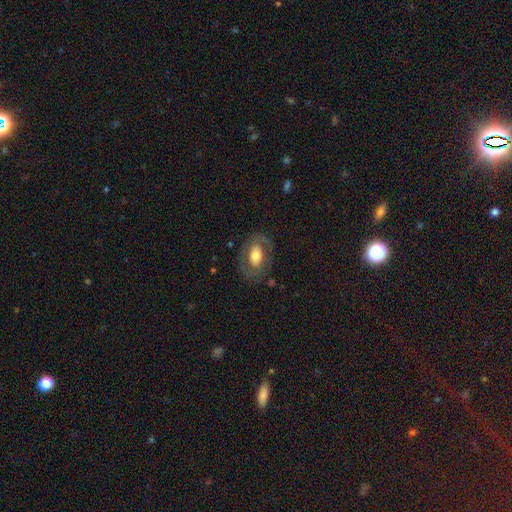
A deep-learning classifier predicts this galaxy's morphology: featured or disk 58%, smooth 36%, star or artifact 6%. Down the decision tree: edge-on disk — no (94%); bar — no (60%); spiral arms — yes (57%); bulge size — moderate (53%); merging — none (74%).